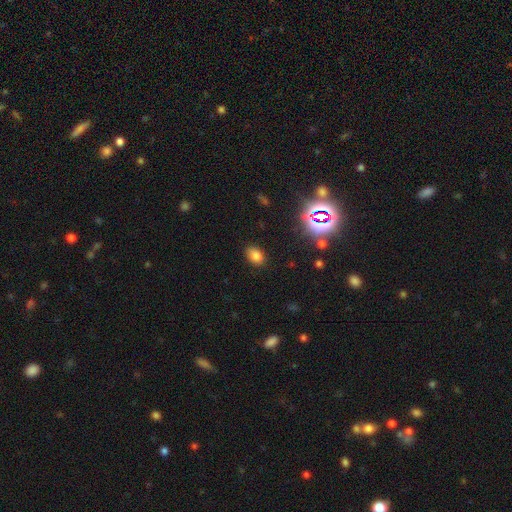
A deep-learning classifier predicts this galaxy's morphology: type=smooth (76%); roundness=in between (78%); merging=none (86%).